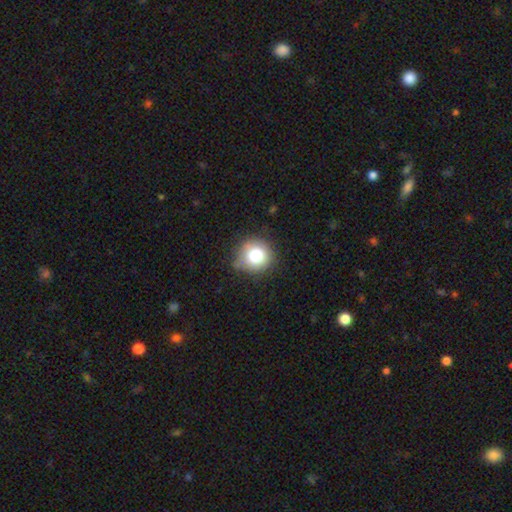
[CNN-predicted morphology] This is clearly a smooth galaxy (81%). How rounded: clearly round (93%). Merging: likely none (79%).